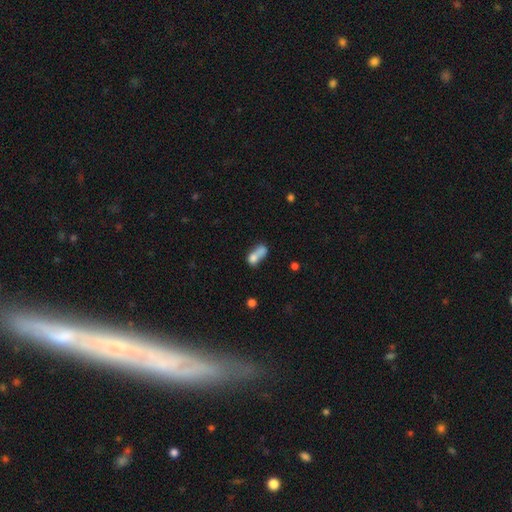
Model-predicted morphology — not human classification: A smooth galaxy with no disk features (71%) that is in between round and cigar-shaped (64%).

Vote fractions:
- Smooth or featured? smooth: 71% / featured or disk: 19% / star or artifact: 11%
- How rounded? in between: 64% / round: 29% / cigar-shaped: 7%
- Merging? merger: 65% / none: 18% / minor disturbance: 9% / major disturbance: 8%